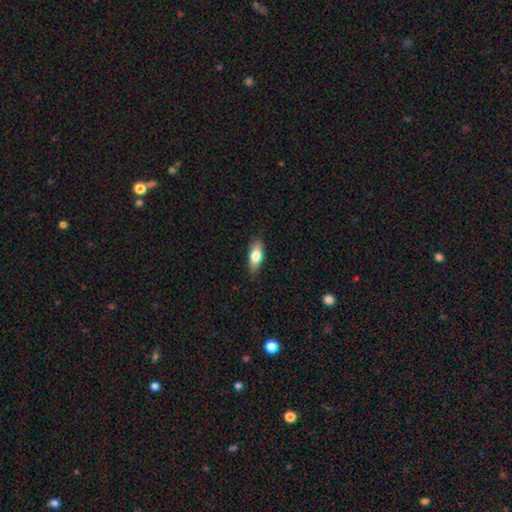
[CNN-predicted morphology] smooth-or-featured: smooth: 72% | featured or disk: 22% | star or artifact: 6%
  how-rounded: in between: 74% | cigar-shaped: 22% | round: 3%
  merging: none: 82% | minor disturbance: 14% | major disturbance: 2% | merger: 1%